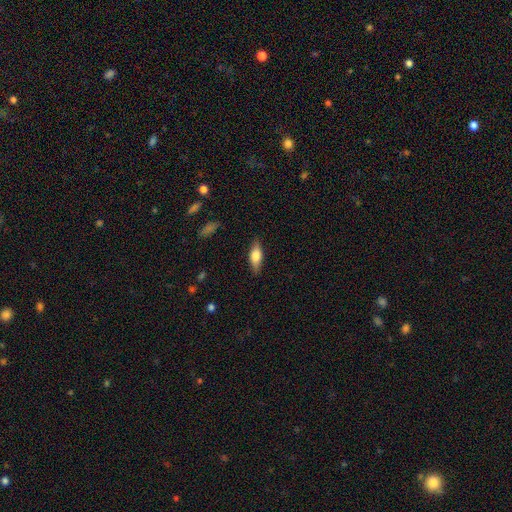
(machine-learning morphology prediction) Smooth or featured: smooth — 62% (featured or disk — 31%)
How rounded: in between — 68% (cigar-shaped — 29%)
Merging: none — 85% (minor disturbance — 11%)